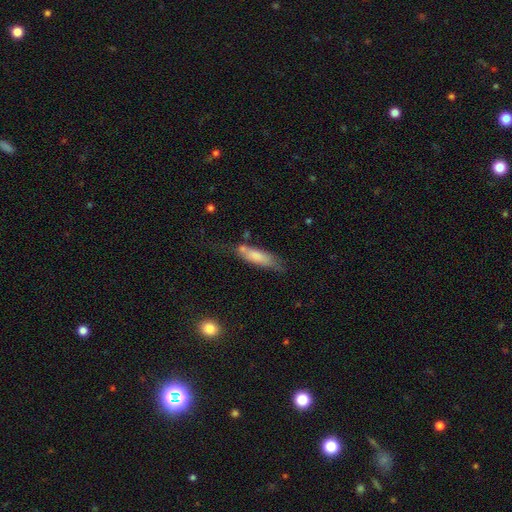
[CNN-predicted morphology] type=smooth (72%); roundness=cigar-shaped (58%); merging=none (46%).